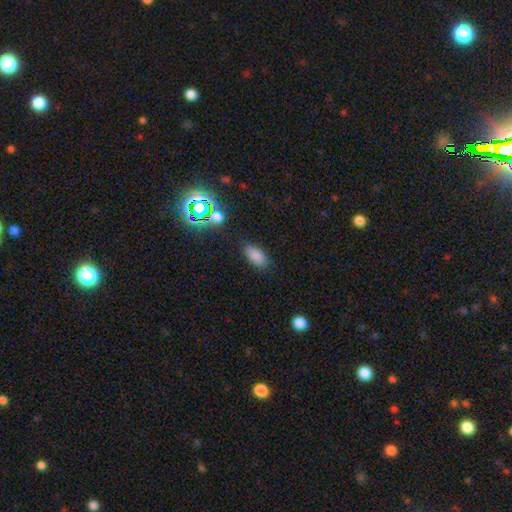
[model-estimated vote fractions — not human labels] This appears to be a smooth galaxy with no disk features (81%) that is in between round and cigar-shaped (90%). Merging: none (83%).